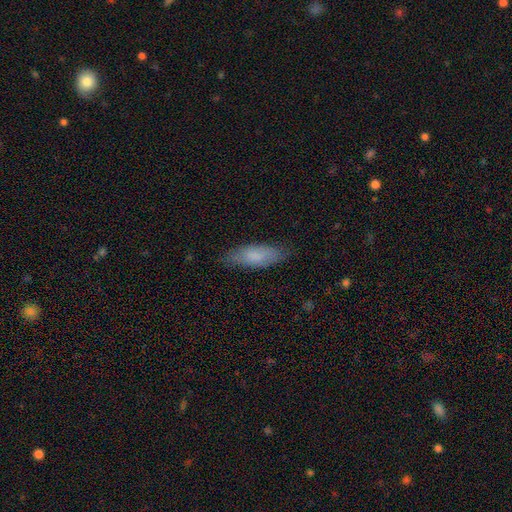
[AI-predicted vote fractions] Q: Smooth or featured?
A: smooth (78%); runner-up: featured or disk (15%)
Q: How rounded?
A: in between (59%); runner-up: cigar-shaped (39%)
Q: Merging?
A: none (80%); runner-up: minor disturbance (16%)